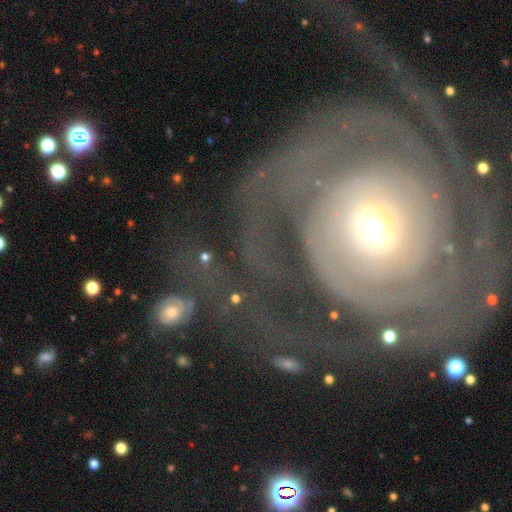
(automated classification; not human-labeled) Smooth or featured: featured or disk — 82% (smooth — 11%)
Edge-on disk: no — 97% (yes — 3%)
Bar: no — 72% (weak — 19%)
Spiral arms: yes — 87% (no — 13%)
Spiral winding: tight — 63% (medium — 24%)
Spiral arm count: 2 — 34% (can't tell — 28%)
Bulge size: moderate — 52% (small — 35%)
Merging: none — 51% (major disturbance — 32%)